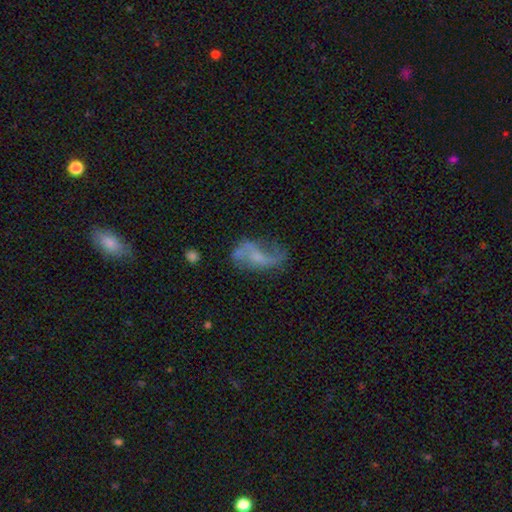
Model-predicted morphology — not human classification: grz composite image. It shows a featured or disk galaxy (71%) with no bar (58%), 2 (80%) loose (80%) spiral arms (78%) and a small central bulge (46%). Merging: none (48%).